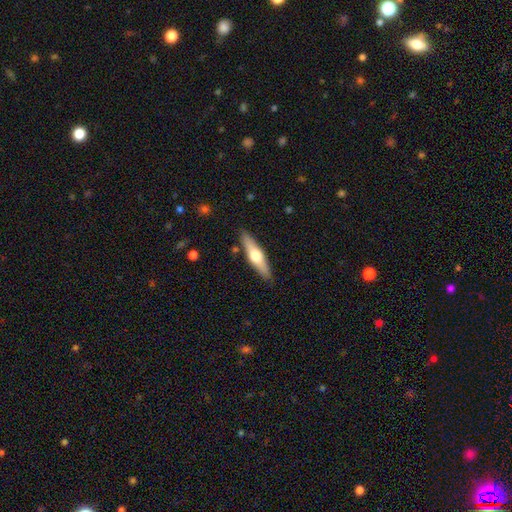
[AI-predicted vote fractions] This appears to be a featured or disk galaxy (52%) viewed edge-on (92%). Merging: none (88%).